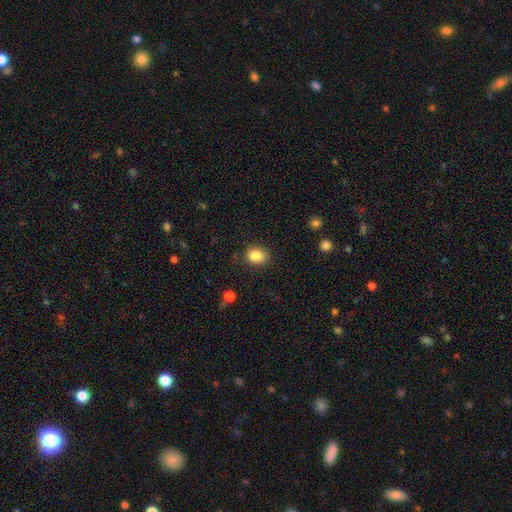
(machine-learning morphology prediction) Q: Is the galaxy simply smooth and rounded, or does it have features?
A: smooth — 85%.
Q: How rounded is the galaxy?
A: round — 55%.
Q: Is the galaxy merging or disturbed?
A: none — 77%.